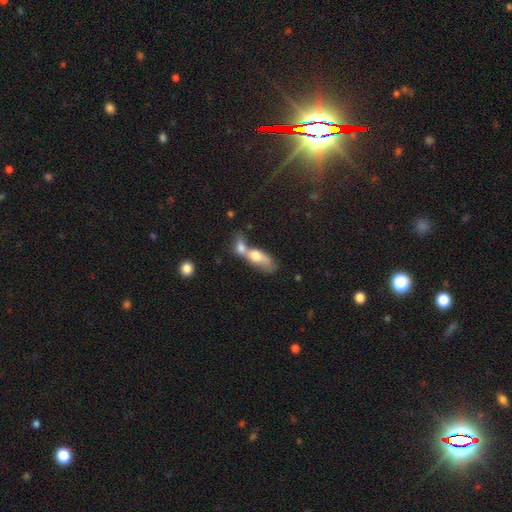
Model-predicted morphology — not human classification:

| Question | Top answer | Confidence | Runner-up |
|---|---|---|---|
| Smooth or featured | smooth | 64% | featured or disk (28%) |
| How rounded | in between | 75% | cigar-shaped (16%) |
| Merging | merger | 74% | none (12%) |